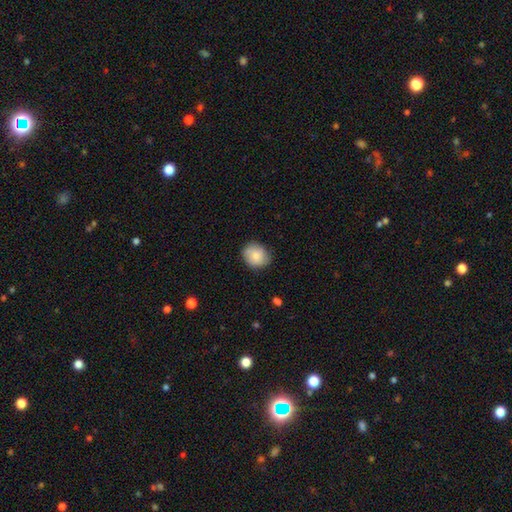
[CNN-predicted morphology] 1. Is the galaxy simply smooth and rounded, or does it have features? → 83% smooth, 10% featured or disk, 7% star or artifact.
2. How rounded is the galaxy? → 68% round, 31% in between, 1% cigar-shaped.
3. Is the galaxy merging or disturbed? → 80% none, 16% minor disturbance, 3% major disturbance, 1% merger.